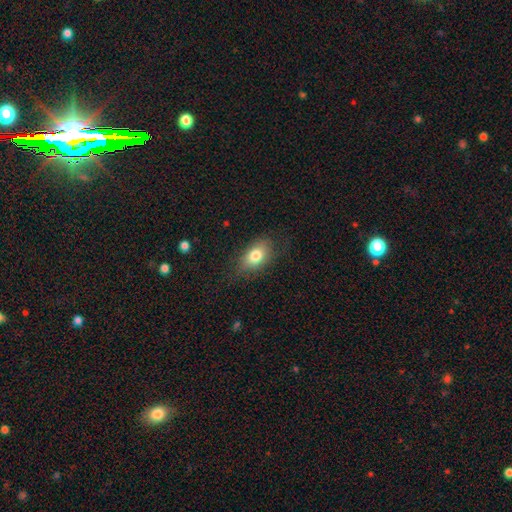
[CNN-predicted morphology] Smooth or featured? smooth (79%)
How rounded? in between (85%)
Merging? none (79%)